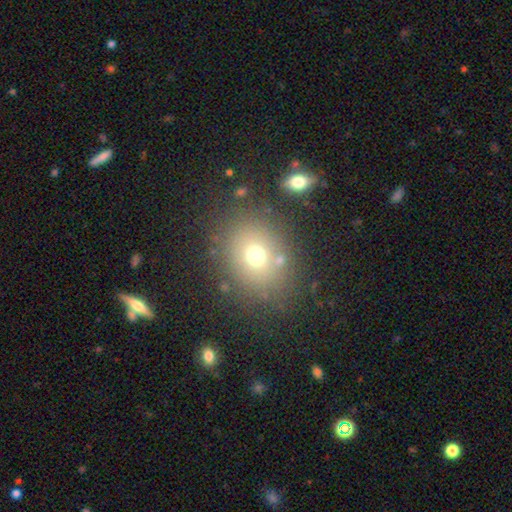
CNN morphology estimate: type=smooth (68%); roundness=round (62%); merging=none (78%).